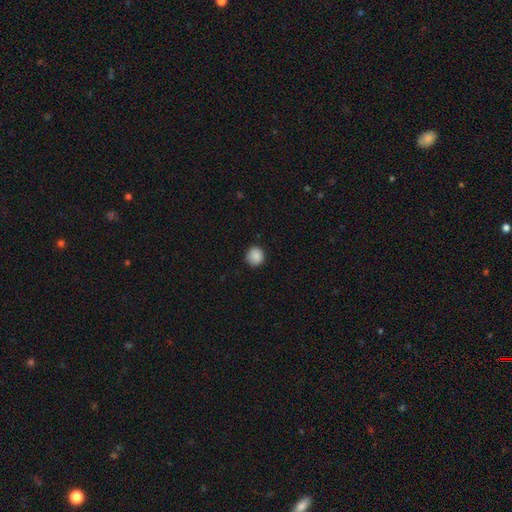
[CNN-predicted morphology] smooth 88%, star or artifact 9%, featured or disk 3%. Down the decision tree: how rounded — round (92%); merging — none (89%).